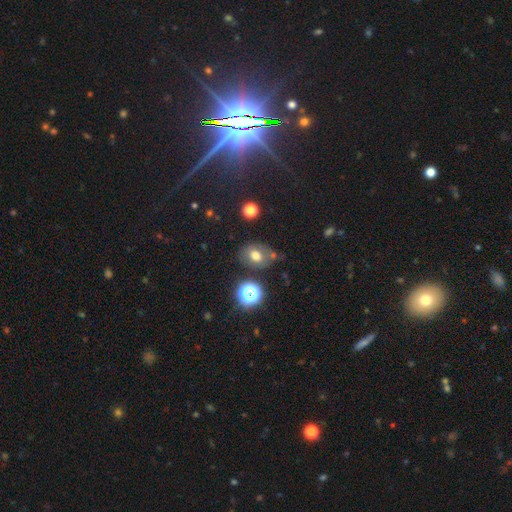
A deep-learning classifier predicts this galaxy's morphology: Smooth or featured: smooth — 69% (featured or disk — 16%)
How rounded: in between — 57% (round — 42%)
Merging: none — 69% (minor disturbance — 18%)